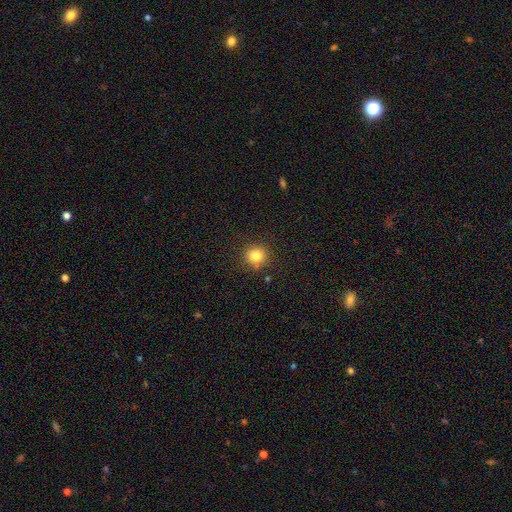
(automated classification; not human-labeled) Smooth or featured: smooth — 82% (star or artifact — 12%)
How rounded: round — 91% (in between — 8%)
Merging: none — 87% (minor disturbance — 9%)